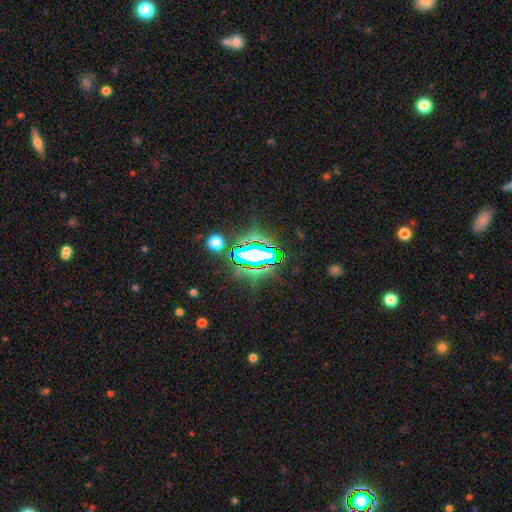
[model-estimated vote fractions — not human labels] smooth_or_featured: star or artifact (p=0.72) [alt: smooth p=0.15]